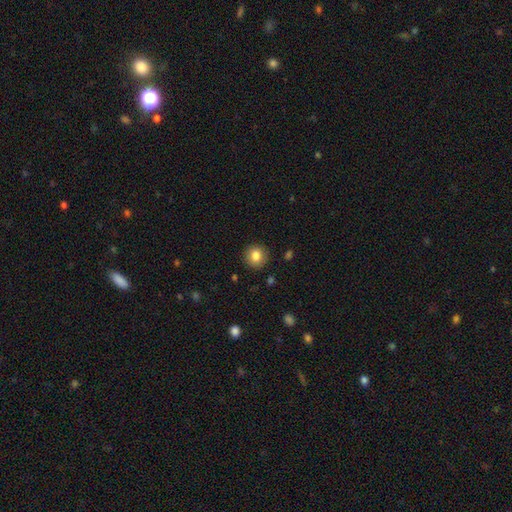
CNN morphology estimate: Q: Smooth or featured?
A: smooth (82%); runner-up: star or artifact (9%)
Q: How rounded?
A: round (87%); runner-up: in between (12%)
Q: Merging?
A: none (90%); runner-up: minor disturbance (7%)